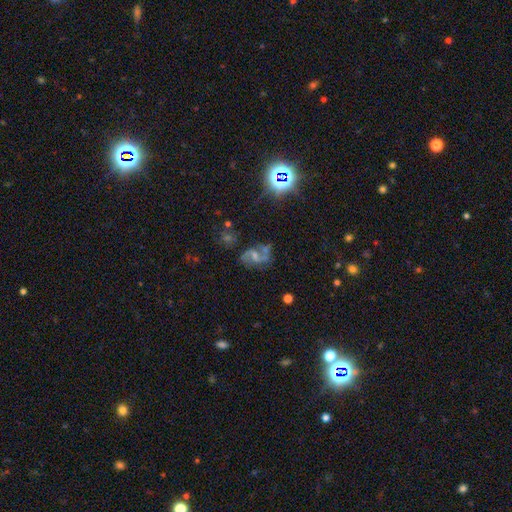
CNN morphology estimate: Smooth or featured?
  - featured or disk: 77% *
  - star or artifact: 12%
  - smooth: 11%
Edge-on disk?
  - no: 97% *
  - yes: 3%
Bar?
  - weak: 49% *
  - no: 32%
  - strong: 19%
Spiral arms?
  - yes: 92% *
  - no: 8%
Spiral winding?
  - loose: 54% *
  - medium: 38%
  - tight: 8%
Spiral arm count?
  - 2: 91% *
  - 1: 3%
  - can't tell: 3%
  - 3: 1%
  - 4: 1%
  - more than 4: 1%
Bulge size?
  - small: 44% *
  - moderate: 36%
  - none: 16%
  - large: 3%
  - dominant: 1%
Merging?
  - none: 62% *
  - minor disturbance: 18%
  - major disturbance: 13%
  - merger: 7%